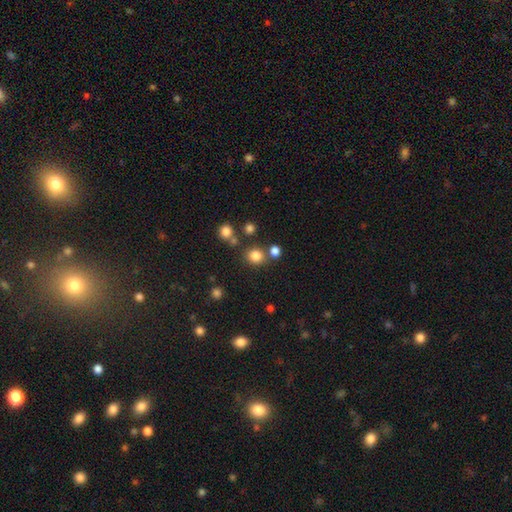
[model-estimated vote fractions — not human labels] This is likely a smooth galaxy (80%). How rounded: clearly round (83%). Merging: likely none (75%).